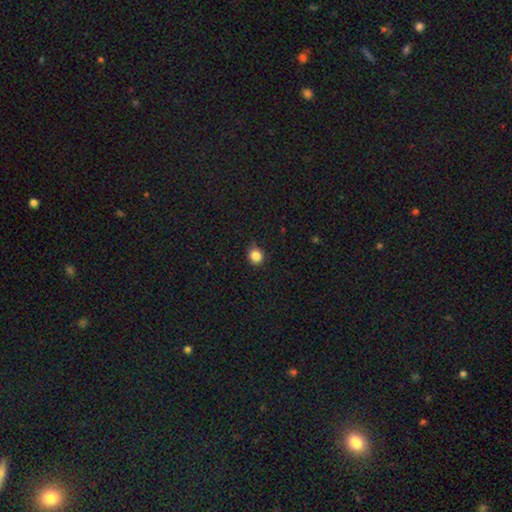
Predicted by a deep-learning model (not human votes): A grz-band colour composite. It shows a smooth galaxy with no disk features (85%) that is round (87%). Merging: none (82%).